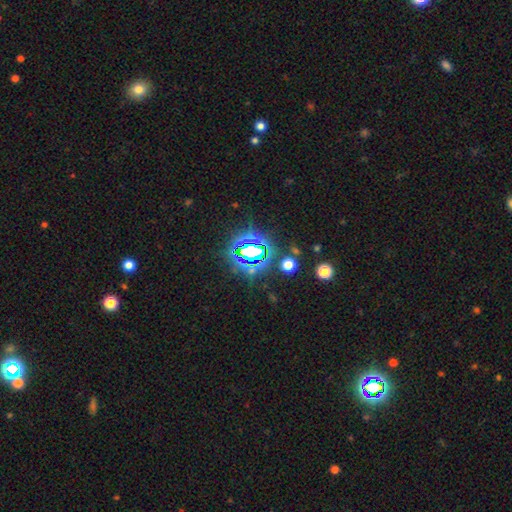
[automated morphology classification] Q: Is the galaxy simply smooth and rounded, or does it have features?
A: star or artifact — 74%.